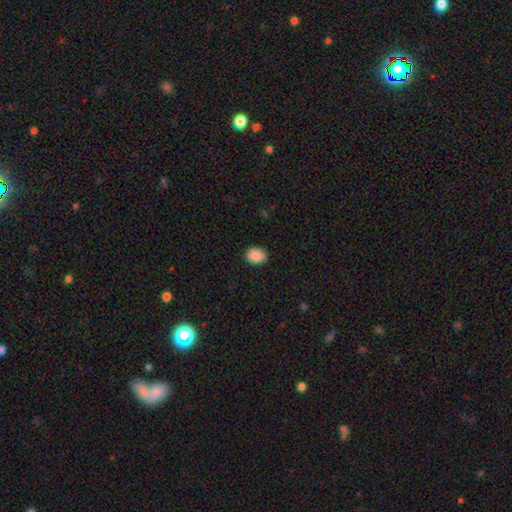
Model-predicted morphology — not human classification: Smooth or featured: smooth — 90% (star or artifact — 8%)
How rounded: in between — 61% (round — 38%)
Merging: none — 88% (minor disturbance — 9%)